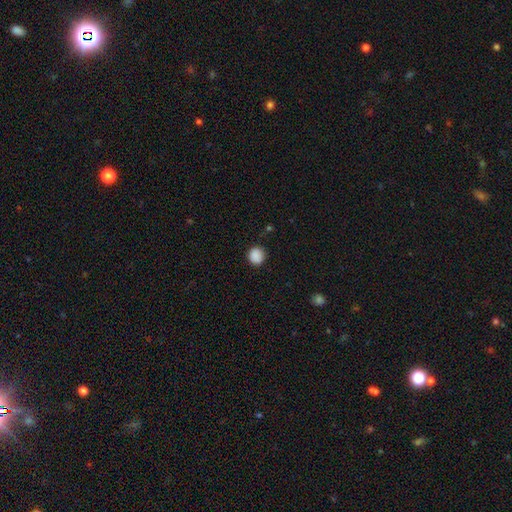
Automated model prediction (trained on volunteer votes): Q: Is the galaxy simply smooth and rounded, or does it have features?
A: smooth — 88%.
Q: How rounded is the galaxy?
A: round — 88%.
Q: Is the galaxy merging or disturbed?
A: none — 86%.